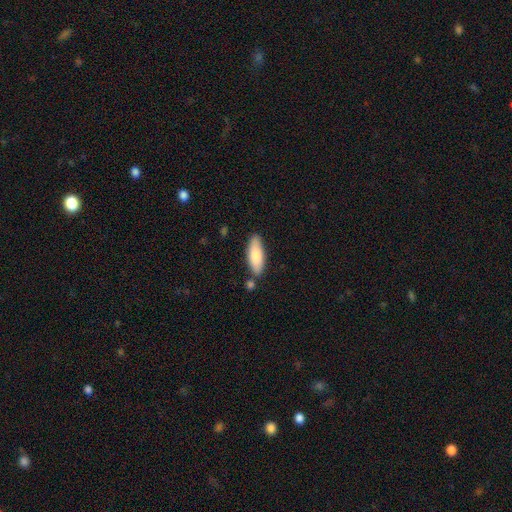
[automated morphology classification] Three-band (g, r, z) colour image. It shows a smooth galaxy with no disk features (81%) that is in between round and cigar-shaped (65%). Merging: none (76%).